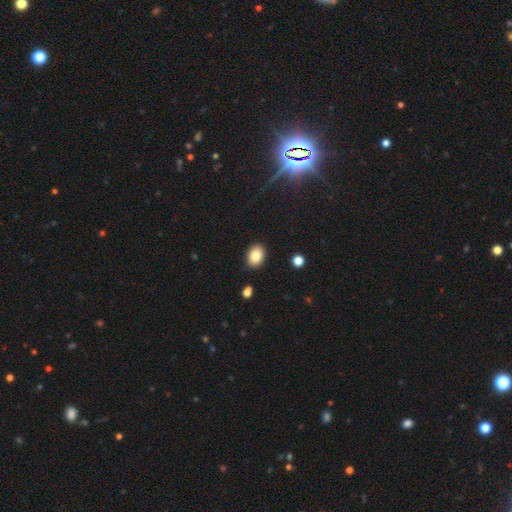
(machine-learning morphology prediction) smooth 84%, star or artifact 9%, featured or disk 8%. Down the decision tree: how rounded — in between (76%); merging — none (88%).